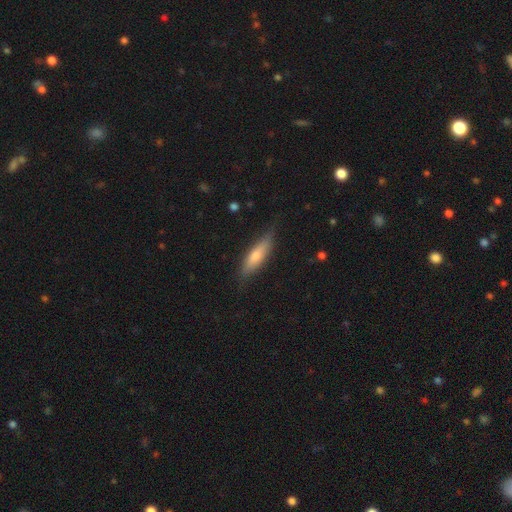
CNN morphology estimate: Smooth or featured?
  - smooth: 58% *
  - featured or disk: 36%
  - star or artifact: 6%
How rounded?
  - cigar-shaped: 67% *
  - in between: 31%
  - round: 2%
Merging?
  - none: 80% *
  - minor disturbance: 16%
  - major disturbance: 3%
  - merger: 1%